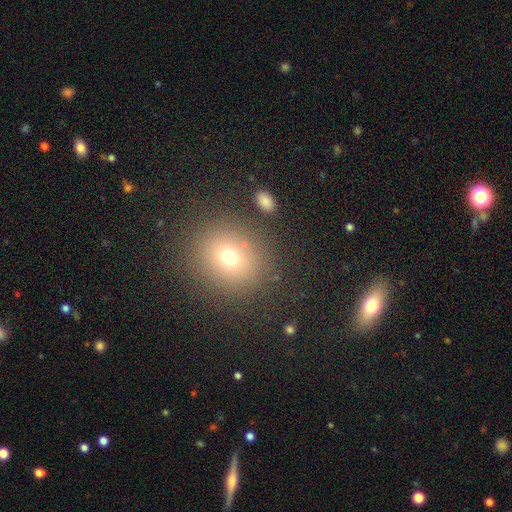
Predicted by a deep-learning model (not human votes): Smooth or featured? smooth (64%)
How rounded? round (83%)
Merging? none (86%)